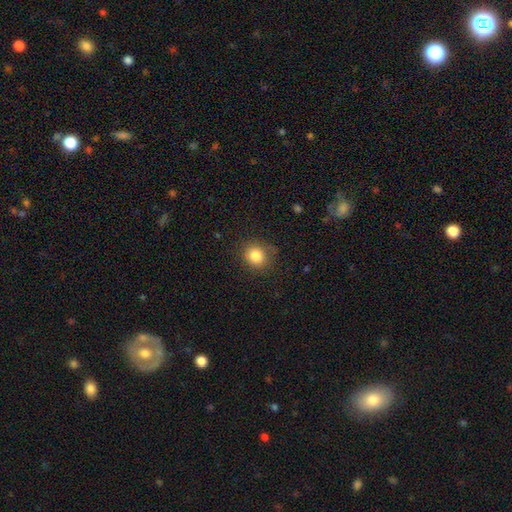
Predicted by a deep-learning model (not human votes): Q: Smooth or featured?
A: smooth (83%); runner-up: star or artifact (11%)
Q: How rounded?
A: round (82%); runner-up: in between (17%)
Q: Merging?
A: none (81%); runner-up: minor disturbance (14%)